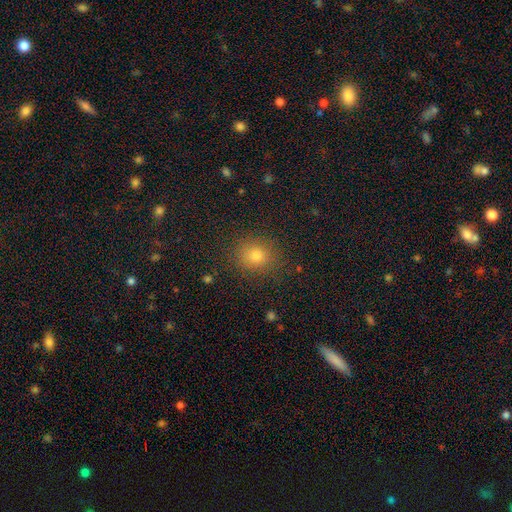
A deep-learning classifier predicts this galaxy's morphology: type=smooth (79%); roundness=round (79%); merging=none (88%).